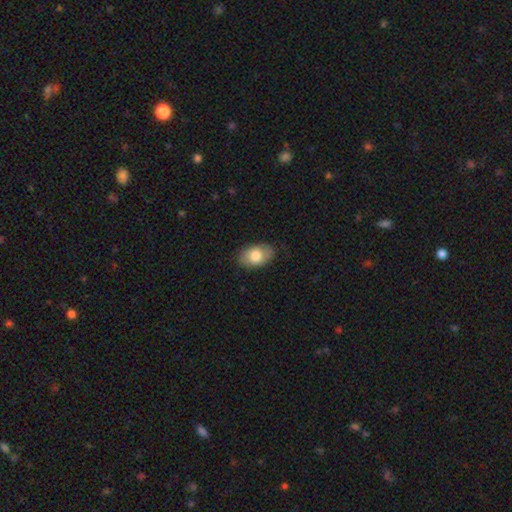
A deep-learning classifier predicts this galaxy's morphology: Smooth or featured? smooth (80%)
How rounded? in between (90%)
Merging? none (84%)